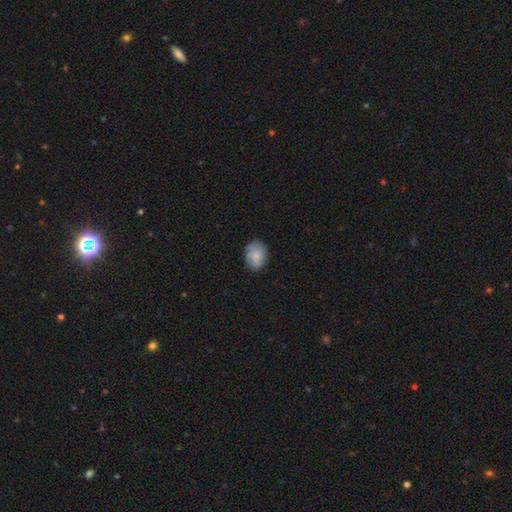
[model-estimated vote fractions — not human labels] This is likely a smooth galaxy (66%). How rounded: possibly in between (57%). Merging: likely none (73%).